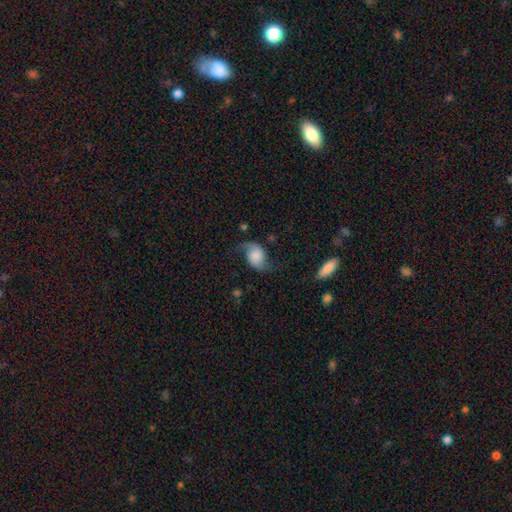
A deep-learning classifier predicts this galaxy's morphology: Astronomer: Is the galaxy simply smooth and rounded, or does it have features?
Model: featured or disk — 53% (runner-up: smooth, 38%).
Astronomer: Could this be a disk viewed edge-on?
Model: no — 97%.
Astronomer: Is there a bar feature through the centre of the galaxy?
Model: no — 69%.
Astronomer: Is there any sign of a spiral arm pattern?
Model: yes — 91%.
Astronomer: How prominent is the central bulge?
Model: none — 29% (runner-up: large, 24%).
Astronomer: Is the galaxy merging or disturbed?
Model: none — 60%.